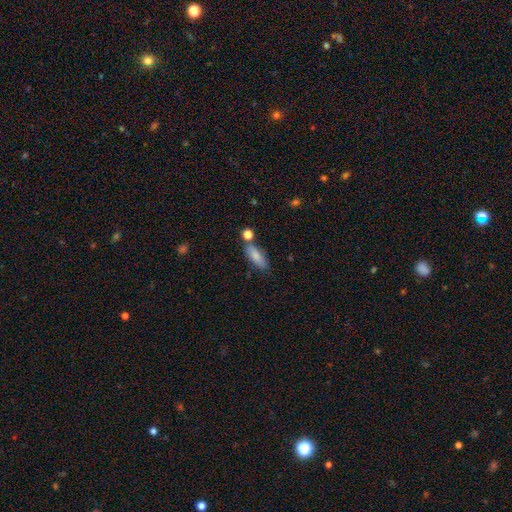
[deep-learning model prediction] A smooth galaxy with no disk features (81%) that is in between round and cigar-shaped (64%).

Vote fractions:
- Smooth or featured? smooth: 81% / featured or disk: 12% / star or artifact: 7%
- How rounded? in between: 64% / cigar-shaped: 33% / round: 3%
- Merging? none: 70% / minor disturbance: 15% / merger: 11% / major disturbance: 4%